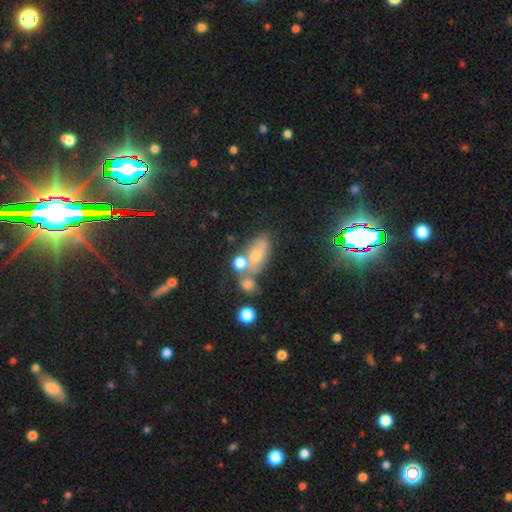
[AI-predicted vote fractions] Q: Smooth or featured?
A: smooth (53%); runner-up: star or artifact (27%)
Q: How rounded?
A: in between (78%); runner-up: round (16%)
Q: Merging?
A: none (46%); runner-up: merger (32%)